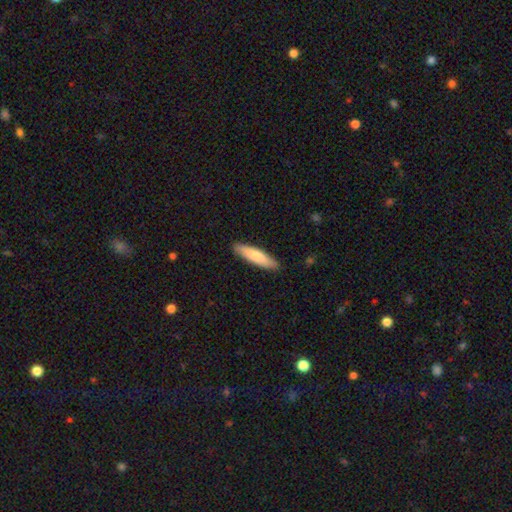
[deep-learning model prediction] Smooth or featured: smooth — 78% (featured or disk — 17%)
How rounded: cigar-shaped — 76% (in between — 23%)
Merging: none — 90% (minor disturbance — 8%)